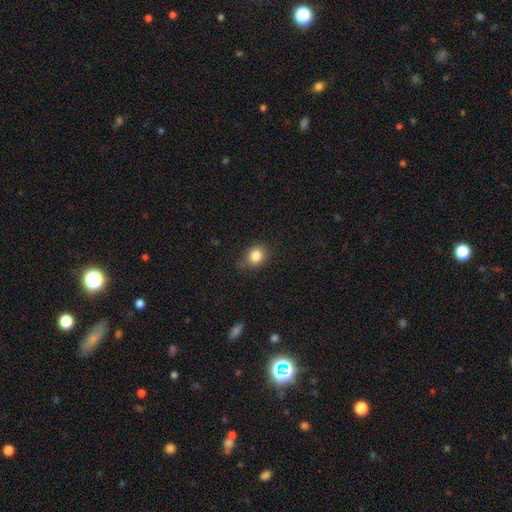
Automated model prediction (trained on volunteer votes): Smooth or featured? Predicted: smooth (p=0.83). How rounded? Predicted: round (p=0.62). Merging? Predicted: none (p=0.72).